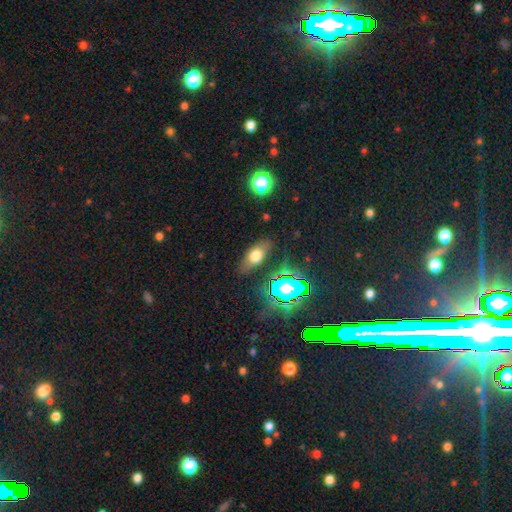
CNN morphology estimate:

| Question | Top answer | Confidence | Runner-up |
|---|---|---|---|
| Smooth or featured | smooth | 62% | featured or disk (23%) |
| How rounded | in between | 79% | cigar-shaped (14%) |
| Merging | none | 79% | minor disturbance (14%) |